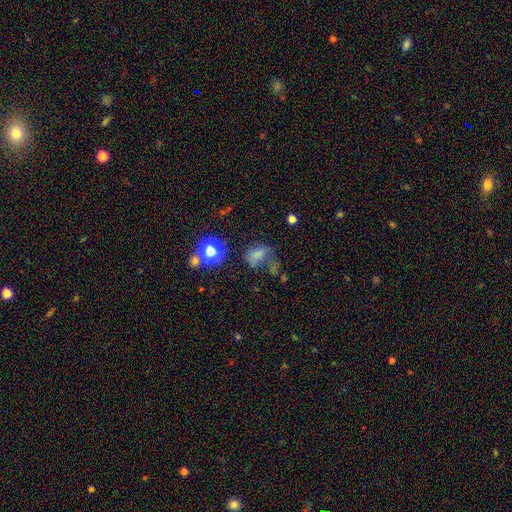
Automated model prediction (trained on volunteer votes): smooth_or_featured: smooth (p=0.51) [alt: star or artifact p=0.30]
how_rounded: in between (p=0.66) [alt: round p=0.31]
merging: none (p=0.35) [alt: major disturbance p=0.27]